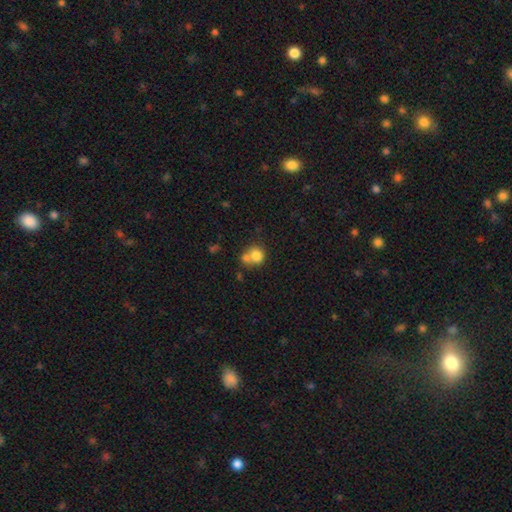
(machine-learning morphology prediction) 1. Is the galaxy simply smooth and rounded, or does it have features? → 78% smooth, 12% featured or disk, 10% star or artifact.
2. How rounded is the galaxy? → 81% round, 18% in between, 1% cigar-shaped.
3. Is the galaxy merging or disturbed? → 48% merger, 39% none, 9% minor disturbance, 4% major disturbance.